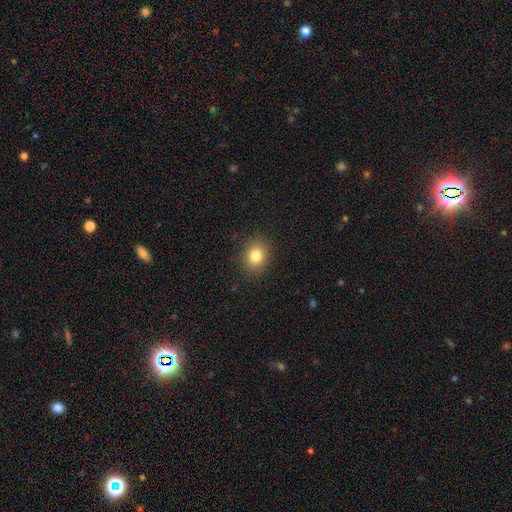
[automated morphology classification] smooth_or_featured: smooth (p=0.82) [alt: star or artifact p=0.11]
how_rounded: round (p=0.55) [alt: in between p=0.44]
merging: none (p=0.88) [alt: minor disturbance p=0.08]